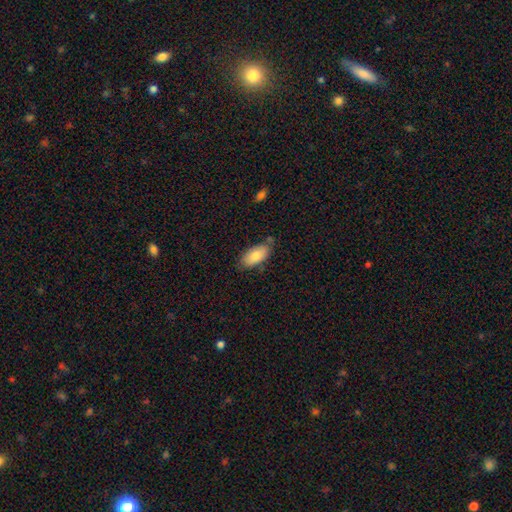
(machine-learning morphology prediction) Smooth or featured: smooth — 83% (featured or disk — 11%)
How rounded: in between — 91% (cigar-shaped — 7%)
Merging: none — 72% (minor disturbance — 20%)